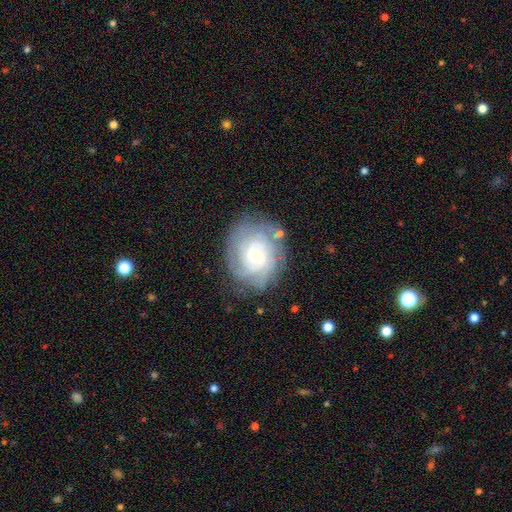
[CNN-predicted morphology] featured or disk 79%, smooth 14%, star or artifact 7%. Down the decision tree: edge-on disk — no (97%); bar — no (69%); spiral arms — yes (93%); spiral arm count — can't tell (39%); spiral winding — tight (73%); bulge size — small (63%); merging — none (75%).